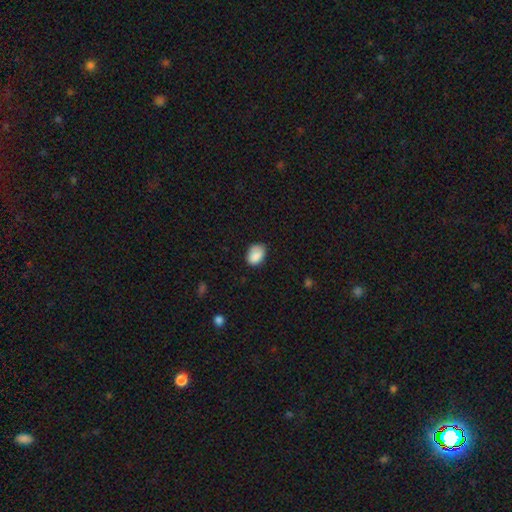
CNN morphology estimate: Smooth or featured: smooth — 86% (star or artifact — 8%)
How rounded: in between — 76% (round — 23%)
Merging: none — 69% (minor disturbance — 24%)